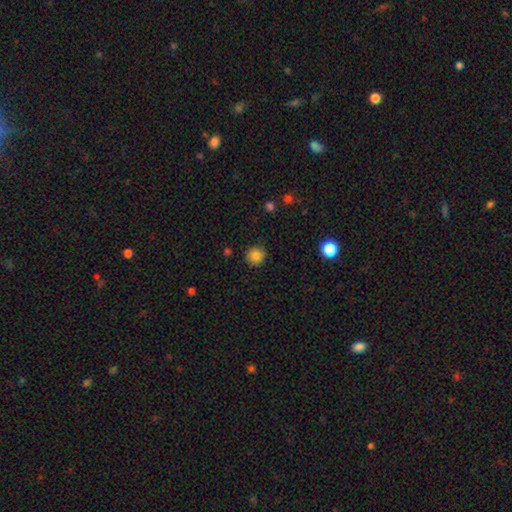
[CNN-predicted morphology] Smooth or featured?
  - smooth: 83% *
  - star or artifact: 11%
  - featured or disk: 7%
How rounded?
  - round: 92% *
  - in between: 7%
  - cigar-shaped: 1%
Merging?
  - none: 88% *
  - minor disturbance: 8%
  - major disturbance: 2%
  - merger: 1%